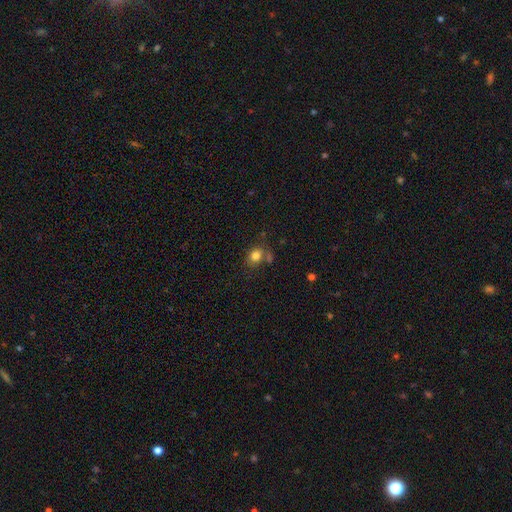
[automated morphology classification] Smooth or featured: smooth — 81% (star or artifact — 12%)
How rounded: round — 57% (in between — 42%)
Merging: none — 63% (minor disturbance — 17%)